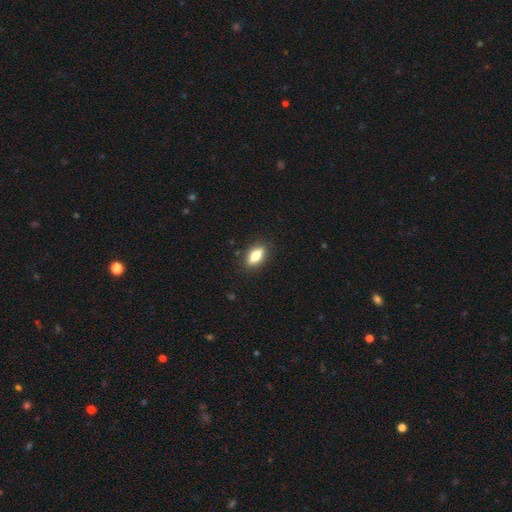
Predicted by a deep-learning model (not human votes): This appears to be a smooth galaxy with no disk features (69%) that is in between round and cigar-shaped (77%). Merging: none (86%).